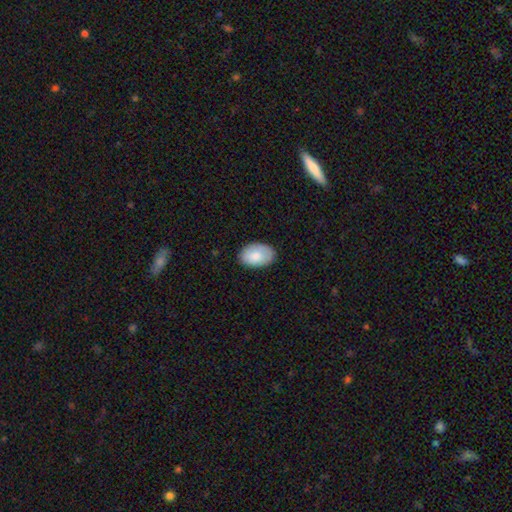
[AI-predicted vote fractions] smooth_or_featured: smooth (p=0.84) [alt: featured or disk p=0.10]
how_rounded: in between (p=0.91) [alt: round p=0.08]
merging: none (p=0.81) [alt: minor disturbance p=0.15]